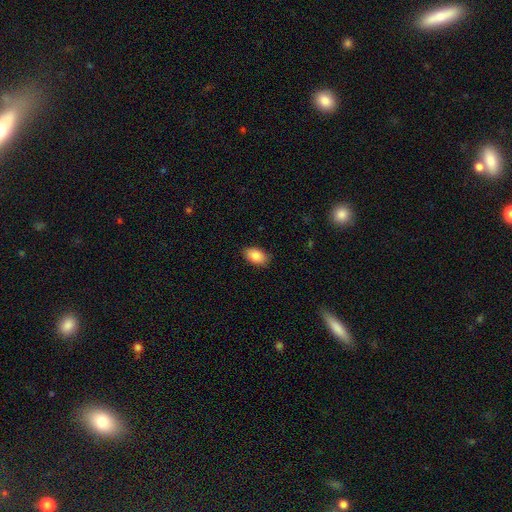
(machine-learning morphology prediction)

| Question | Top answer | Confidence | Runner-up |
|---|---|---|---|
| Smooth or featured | smooth | 89% | star or artifact (7%) |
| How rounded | in between | 93% | round (6%) |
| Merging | none | 85% | minor disturbance (12%) |